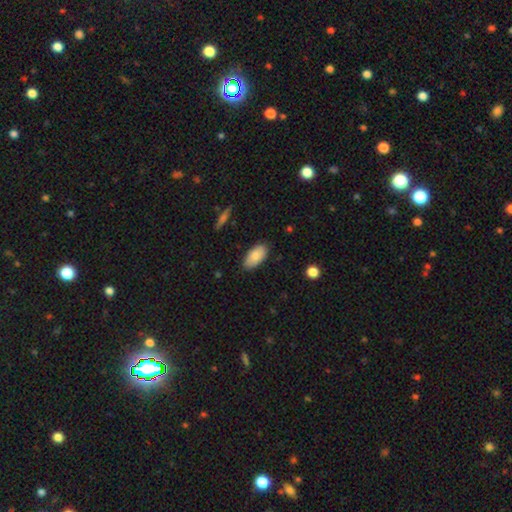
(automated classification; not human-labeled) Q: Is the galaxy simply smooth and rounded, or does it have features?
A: smooth — 84%.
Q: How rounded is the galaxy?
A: in between — 93%.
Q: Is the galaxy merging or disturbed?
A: none — 84%.